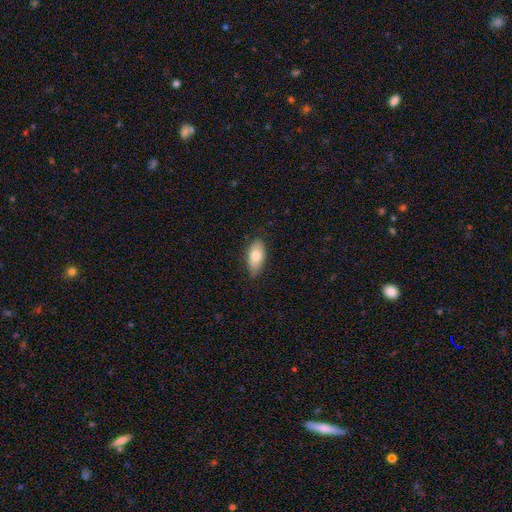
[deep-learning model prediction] This appears to be a smooth galaxy with no disk features (78%) that is in between round and cigar-shaped (89%). Merging: none (79%).